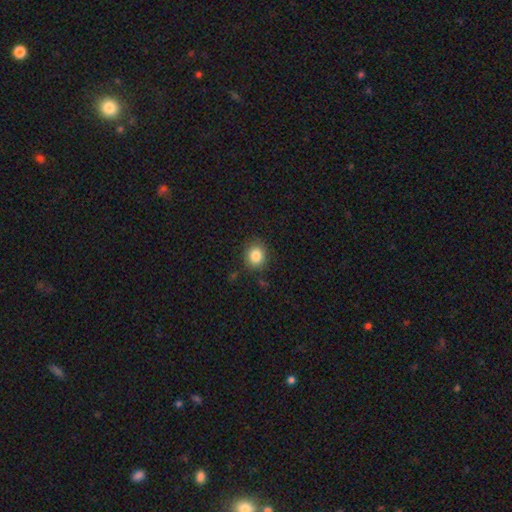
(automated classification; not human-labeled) This appears to be a smooth galaxy with no disk features (85%) that is round (73%). Merging: none (84%).